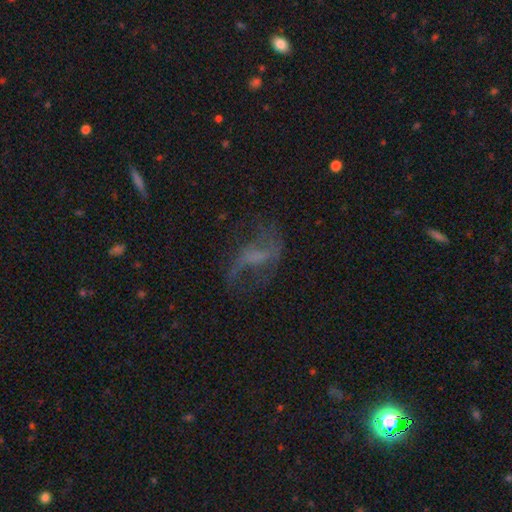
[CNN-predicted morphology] Overall: featured or disk (67%). Edge-on disk: no (95%). Bar: weak (43%; no 34%). Spiral arms: yes (78%). Bulge size: none (53%; small 24%). Merging: none (55%; major disturbance 25%).